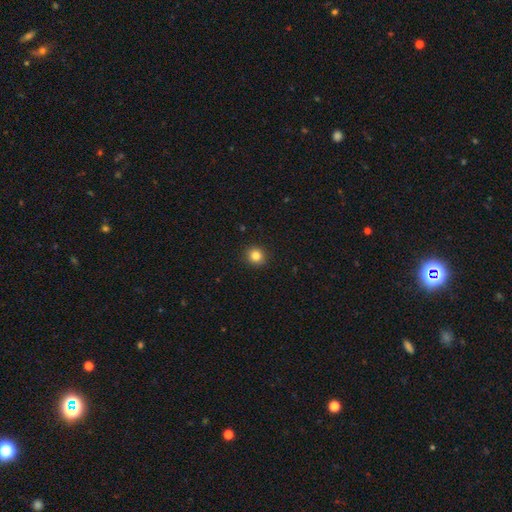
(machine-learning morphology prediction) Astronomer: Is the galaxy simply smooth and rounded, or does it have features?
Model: smooth — 83%.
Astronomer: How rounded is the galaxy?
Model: round — 89%.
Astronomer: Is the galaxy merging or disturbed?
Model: none — 92%.